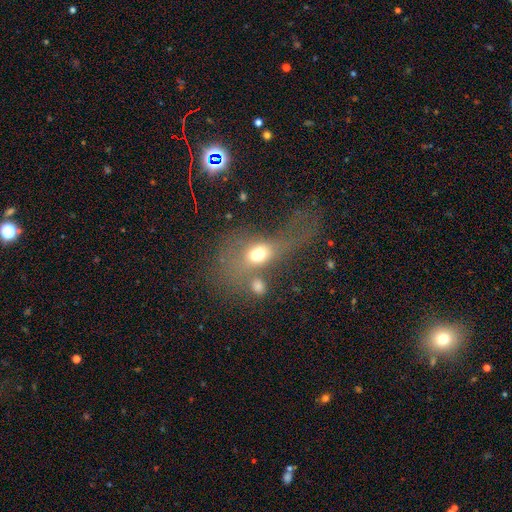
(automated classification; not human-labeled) smooth_or_featured: smooth (p=0.56) [alt: featured or disk p=0.29]
how_rounded: in between (p=0.65) [alt: round p=0.29]
merging: major disturbance (p=0.38) [alt: merger p=0.33]